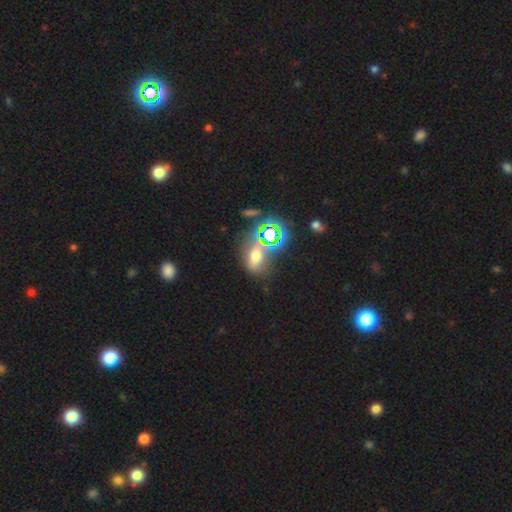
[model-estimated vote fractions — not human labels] A smooth galaxy with no disk features (44%).

Vote fractions:
- Smooth or featured? smooth: 44% / star or artifact: 40% / featured or disk: 16%
- Merging? none: 47% / merger: 24% / minor disturbance: 17% / major disturbance: 12%